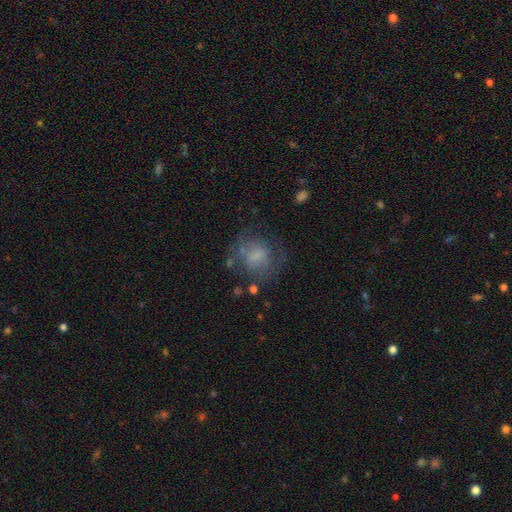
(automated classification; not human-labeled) Morphology: type=smooth (52%); roundness=round (66%); merging=none (55%).